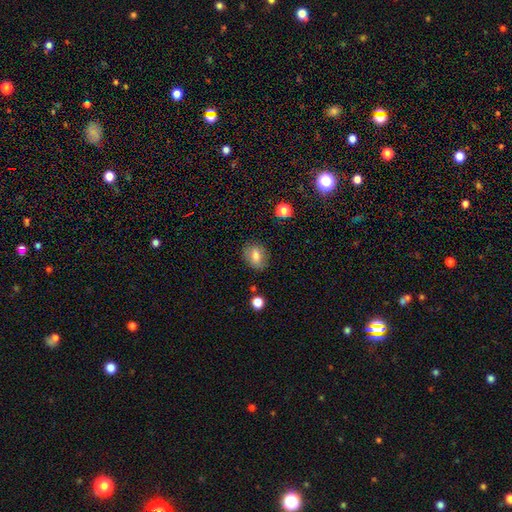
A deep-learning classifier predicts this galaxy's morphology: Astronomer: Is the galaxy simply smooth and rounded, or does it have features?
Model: smooth — 75%.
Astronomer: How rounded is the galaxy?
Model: in between — 64%.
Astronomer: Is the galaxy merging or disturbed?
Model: none — 78%.